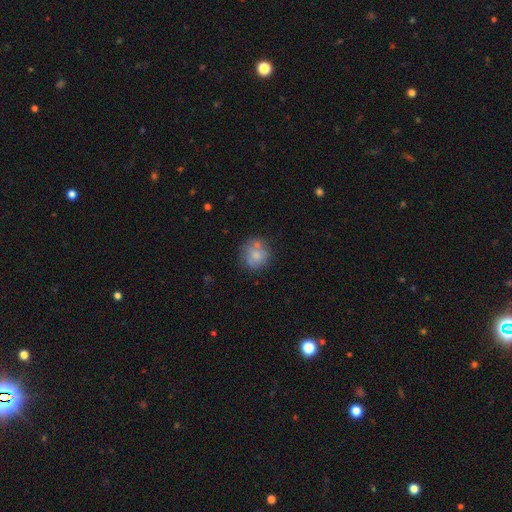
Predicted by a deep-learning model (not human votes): This appears to be a smooth galaxy with no disk features (69%) that is round (88%). Merging: none (61%).